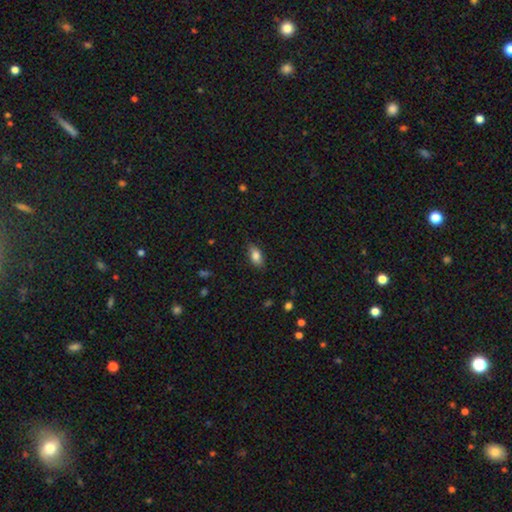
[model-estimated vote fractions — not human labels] smooth-or-featured: smooth: 81% | featured or disk: 11% | star or artifact: 8%
  how-rounded: in between: 87% | cigar-shaped: 8% | round: 5%
  merging: none: 81% | minor disturbance: 15% | major disturbance: 3% | merger: 1%